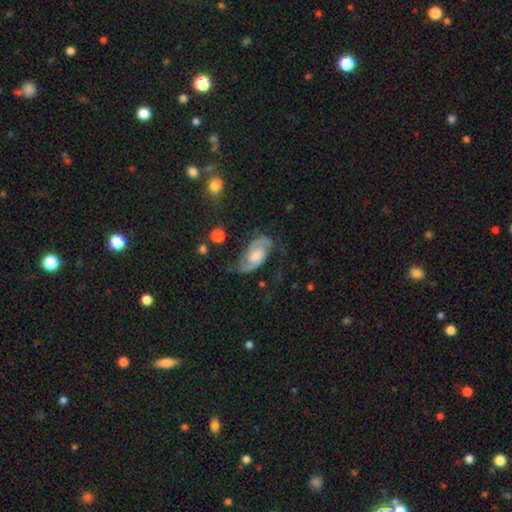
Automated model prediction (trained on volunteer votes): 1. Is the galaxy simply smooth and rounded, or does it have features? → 84% featured or disk, 10% smooth, 6% star or artifact.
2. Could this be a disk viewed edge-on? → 97% no, 3% yes.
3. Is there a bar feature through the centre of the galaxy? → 53% no, 38% weak, 9% strong.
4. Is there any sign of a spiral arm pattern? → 96% yes, 4% no.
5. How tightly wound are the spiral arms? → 53% medium, 28% tight, 19% loose.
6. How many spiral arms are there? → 91% 2, 4% can't tell, 2% 1, 1% 3, 1% 4, 1% more than 4.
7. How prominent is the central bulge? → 39% moderate, 22% small, 19% large, 17% none, 2% dominant.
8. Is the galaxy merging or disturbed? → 71% none, 19% minor disturbance, 9% major disturbance, 2% merger.